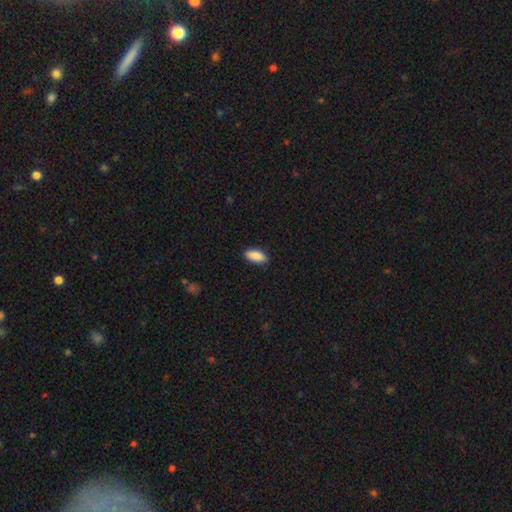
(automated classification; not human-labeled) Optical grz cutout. It shows a smooth galaxy with no disk features (90%) that is in between round and cigar-shaped (86%). Merging: none (89%).